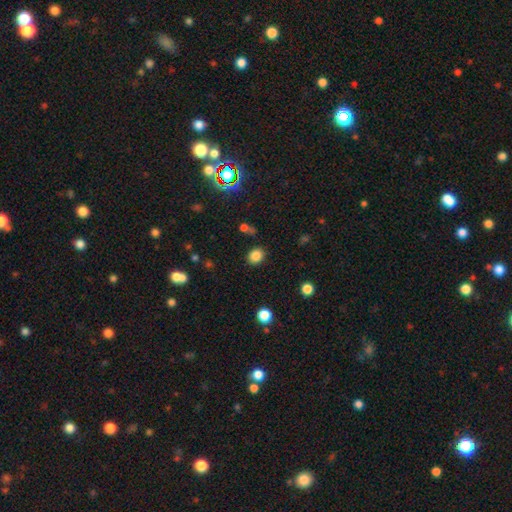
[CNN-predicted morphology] Overall: smooth (83%). How rounded: round (66%; in between 33%). Merging: none (84%).